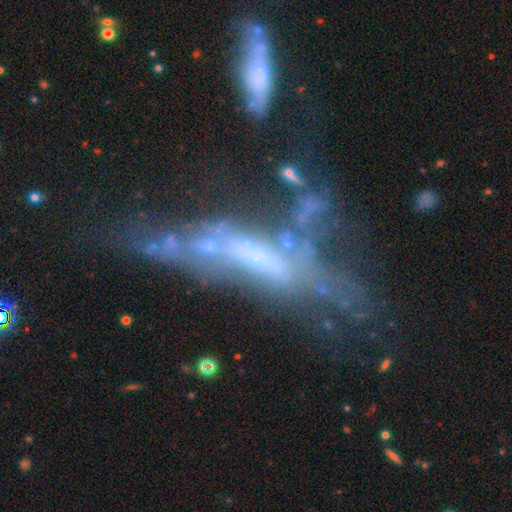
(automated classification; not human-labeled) smooth-or-featured: featured or disk: 62% | smooth: 21% | star or artifact: 17%
  disk-edge-on: no: 71% | yes: 29%
  merging: major disturbance: 36% | merger: 27% | none: 23% | minor disturbance: 14%